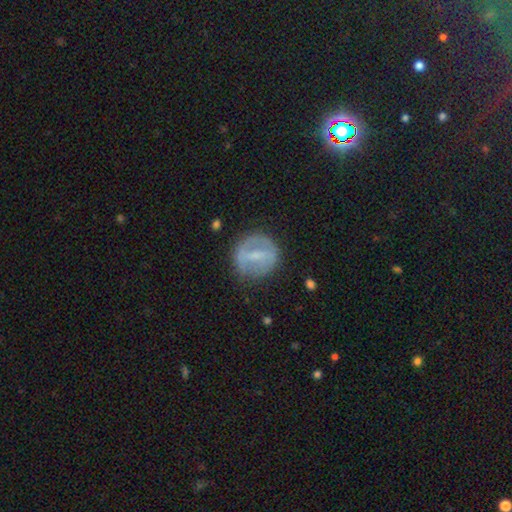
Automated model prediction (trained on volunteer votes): featured or disk 55%, smooth 37%, star or artifact 9%. Down the decision tree: edge-on disk — no (92%); bar — strong (50%); spiral arms — no (63%); bulge size — small (42%); merging — none (75%).